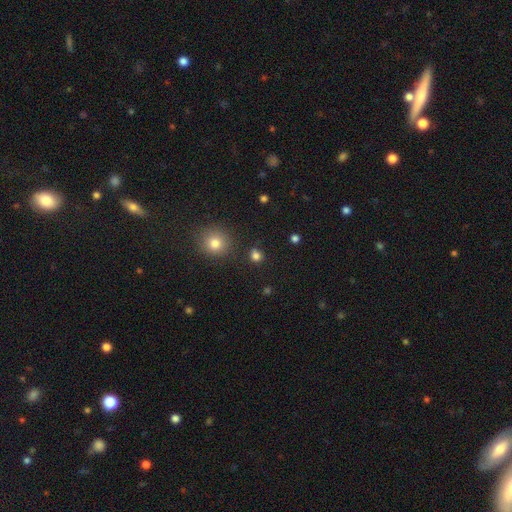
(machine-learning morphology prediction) Q: Smooth or featured?
A: smooth (80%); runner-up: star or artifact (16%)
Q: How rounded?
A: round (80%); runner-up: in between (19%)
Q: Merging?
A: none (84%); runner-up: minor disturbance (9%)